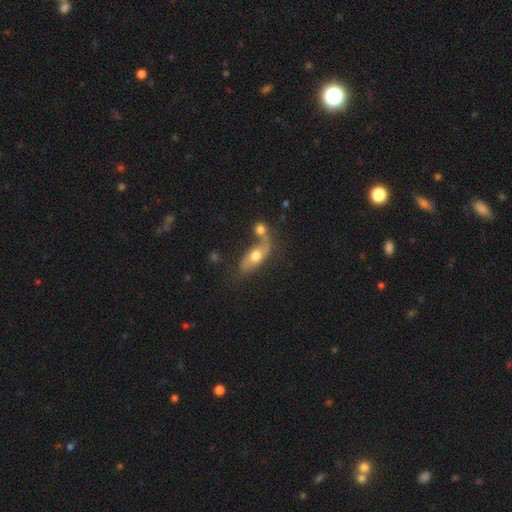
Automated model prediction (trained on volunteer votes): This appears to be a smooth galaxy with no disk features (55%) that is in between round and cigar-shaped (76%). Merging: merger (47%).